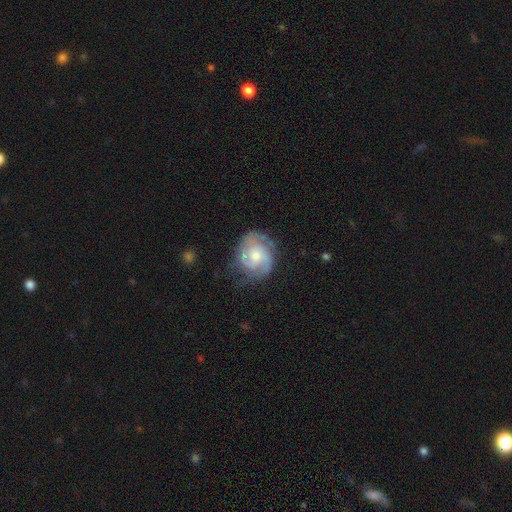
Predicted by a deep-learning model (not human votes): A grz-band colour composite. It shows a featured or disk galaxy (77%) with no bar (68%), 2 (60%) tight (48%) spiral arms (94%) and a moderate central bulge (53%). Merging: none (64%).